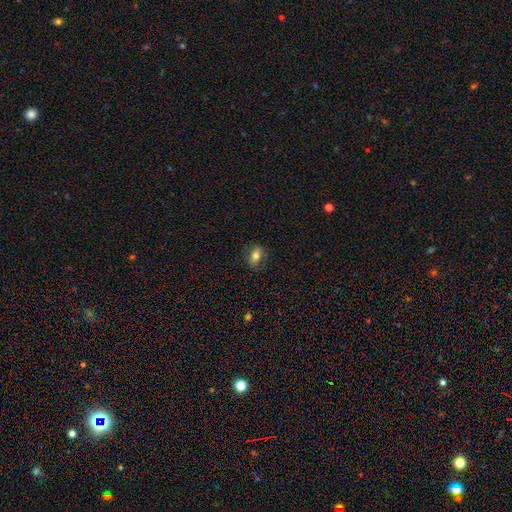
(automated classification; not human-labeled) smooth-or-featured: smooth: 67% | featured or disk: 23% | star or artifact: 10%
  how-rounded: in between: 74% | round: 23% | cigar-shaped: 3%
  merging: none: 81% | minor disturbance: 14% | major disturbance: 5% | merger: 1%